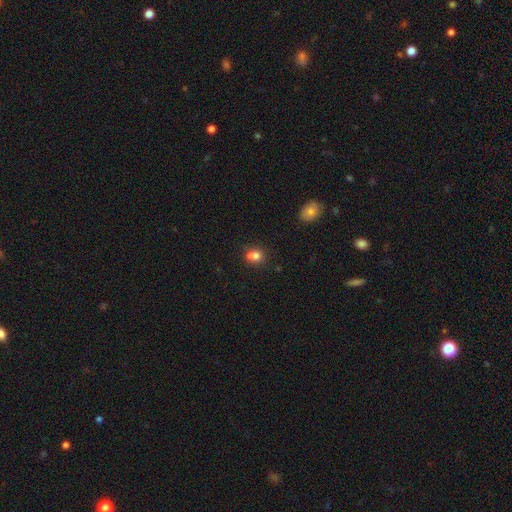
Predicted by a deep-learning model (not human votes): Smooth or featured: smooth — 73% (featured or disk — 15%)
How rounded: round — 70% (in between — 28%)
Merging: merger — 51% (none — 37%)